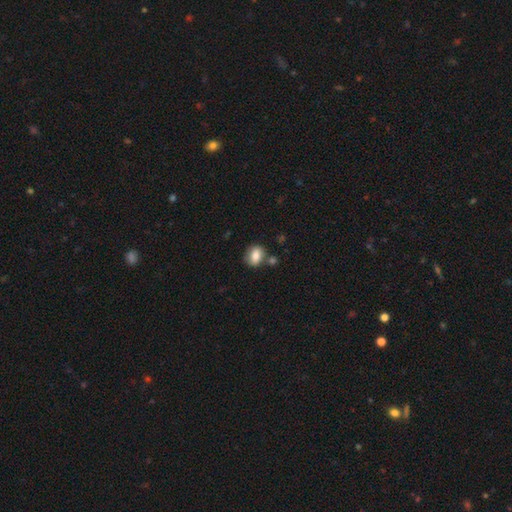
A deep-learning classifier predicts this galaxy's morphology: This appears to be a smooth galaxy with no disk features (80%) that is in between round and cigar-shaped (55%). Merging: none (65%).